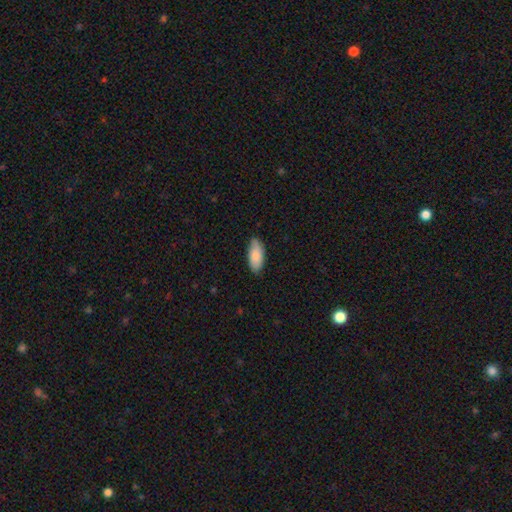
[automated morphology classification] Overall: smooth (85%). How rounded: in between (88%). Merging: none (80%).